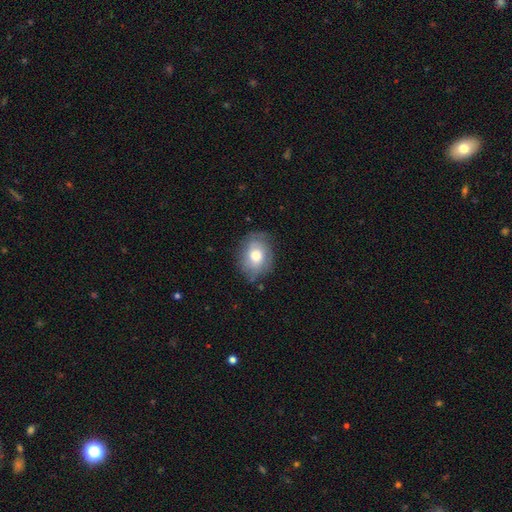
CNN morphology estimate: Overall: smooth (57%; featured or disk 35%). How rounded: in between (57%; round 42%). Merging: none (69%).